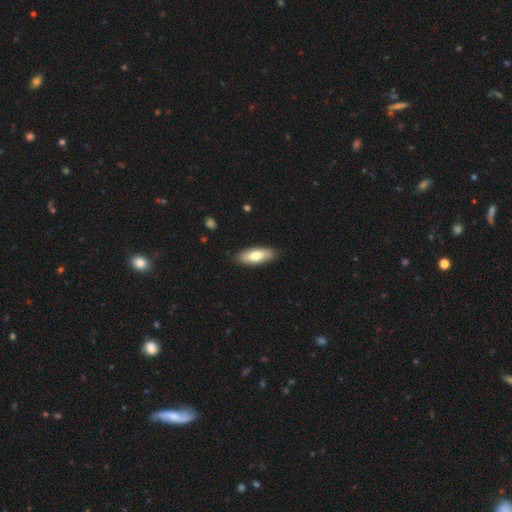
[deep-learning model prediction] Smooth or featured? smooth (75%)
How rounded? in between (71%)
Merging? none (89%)